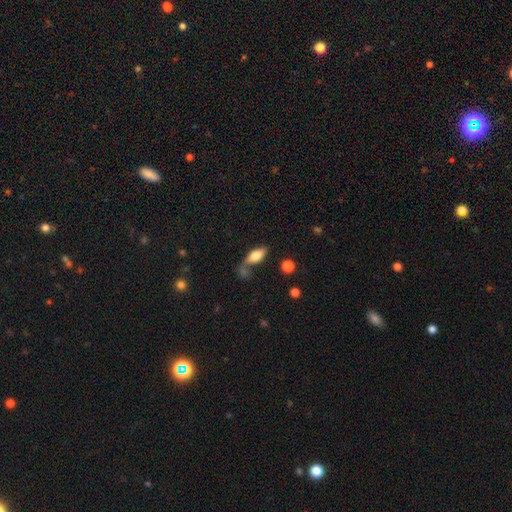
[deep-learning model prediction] Overall: smooth (69%). How rounded: in between (78%). Merging: none (46%; merger 22%).